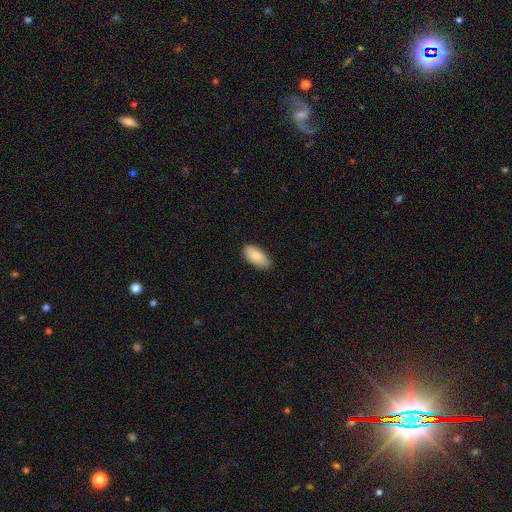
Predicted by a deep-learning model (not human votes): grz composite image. It shows a smooth galaxy with no disk features (86%) that is in between round and cigar-shaped (92%). Merging: none (85%).